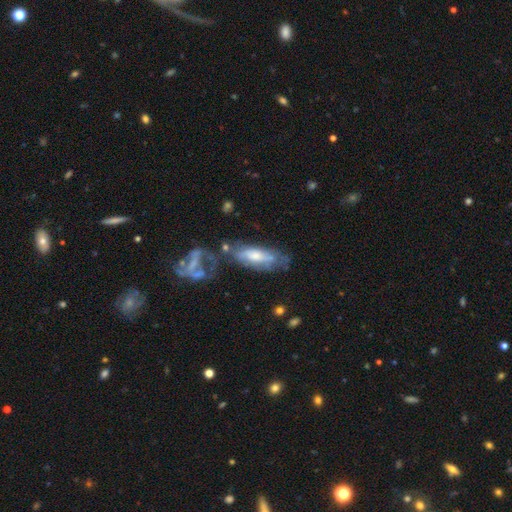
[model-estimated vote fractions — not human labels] A featured or disk galaxy (55%).

Vote fractions:
- Smooth or featured? featured or disk: 55% / smooth: 37% / star or artifact: 8%
- Edge-on disk? no: 72% / yes: 28%
- Merging? none: 45% / minor disturbance: 22% / merger: 17% / major disturbance: 16%